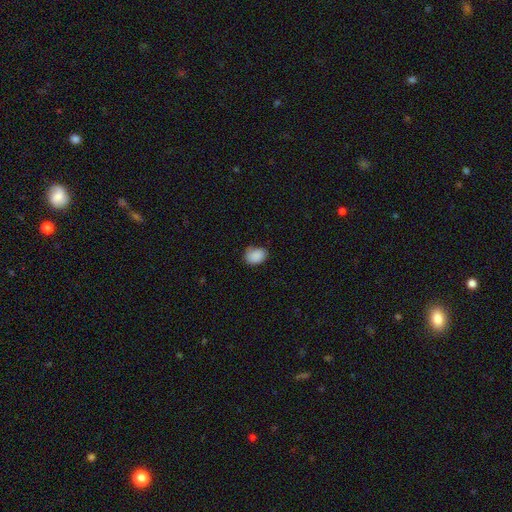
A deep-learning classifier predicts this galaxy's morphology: Smooth or featured? Predicted: smooth (p=0.88). How rounded? Predicted: in between (p=0.64). Merging? Predicted: none (p=0.68).